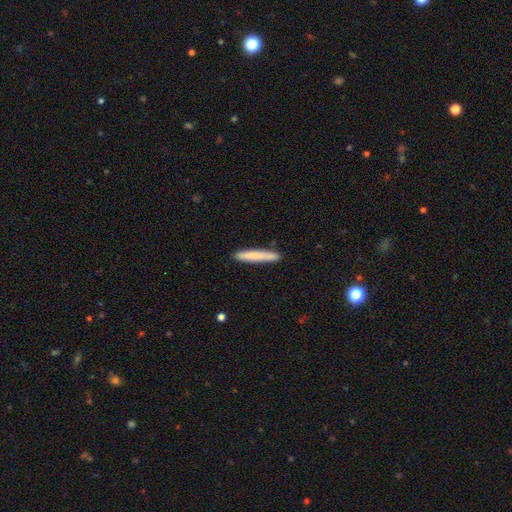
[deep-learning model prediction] The model was most divided on "smooth or featured": smooth: 78%, featured or disk: 16%, star or artifact: 6%. More confident: how rounded — cigar-shaped (95%); merging — none (89%).